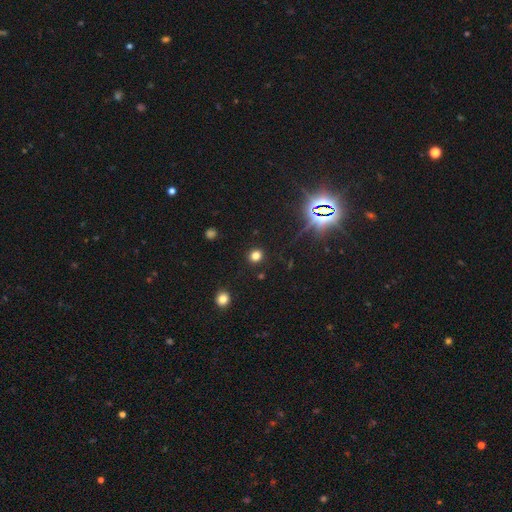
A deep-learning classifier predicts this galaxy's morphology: A smooth galaxy with no disk features (77%) that is round (85%).

Vote fractions:
- Smooth or featured? smooth: 77% / star or artifact: 18% / featured or disk: 5%
- How rounded? round: 85% / in between: 14% / cigar-shaped: 1%
- Merging? none: 90% / minor disturbance: 6% / major disturbance: 2% / merger: 2%